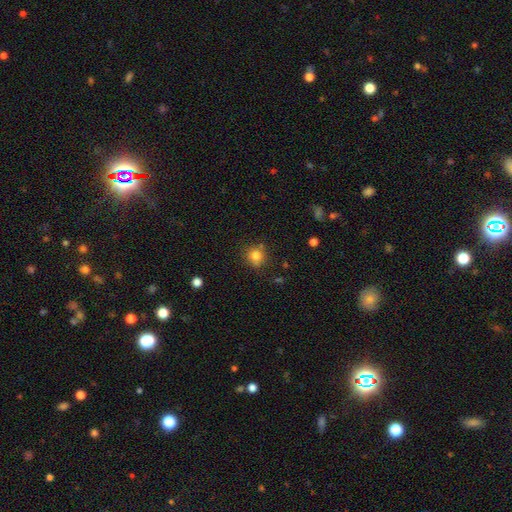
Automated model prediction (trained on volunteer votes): Overall: smooth (80%). How rounded: round (84%). Merging: none (73%).